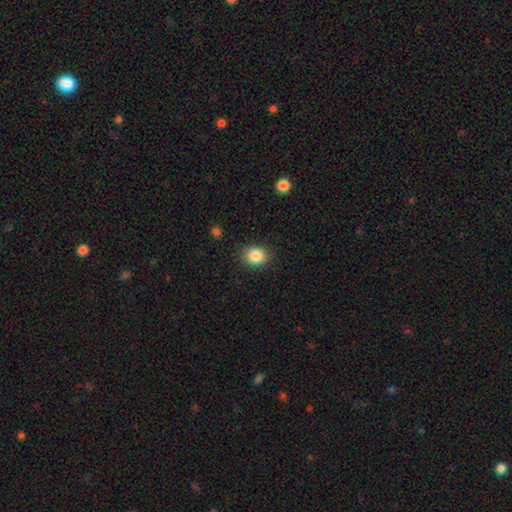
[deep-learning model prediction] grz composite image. It shows a smooth galaxy with no disk features (86%) that is round (53%). Merging: none (87%).